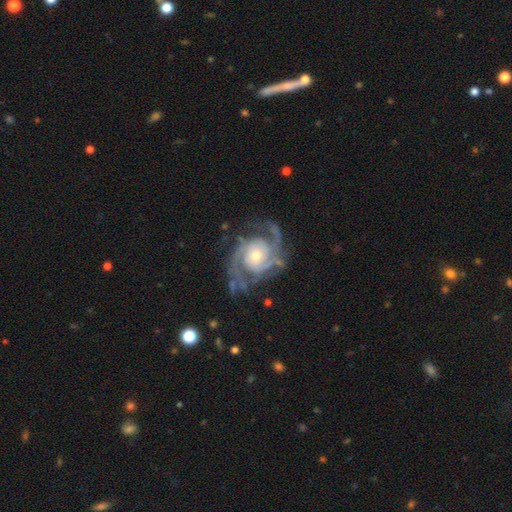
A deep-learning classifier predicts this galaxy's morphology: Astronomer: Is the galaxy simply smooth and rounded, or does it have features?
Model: featured or disk — 92%.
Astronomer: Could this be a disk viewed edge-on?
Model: no — 98%.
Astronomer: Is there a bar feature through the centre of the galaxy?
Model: no — 69%.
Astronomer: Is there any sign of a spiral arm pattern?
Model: yes — 98%.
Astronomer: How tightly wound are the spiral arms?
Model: medium — 45%, tied with tight at 45%.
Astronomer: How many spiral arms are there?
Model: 2 — 44% (runner-up: 3, 28%).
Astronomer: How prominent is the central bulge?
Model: moderate — 46% (runner-up: small, 45%).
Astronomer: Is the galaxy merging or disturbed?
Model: none — 69%.